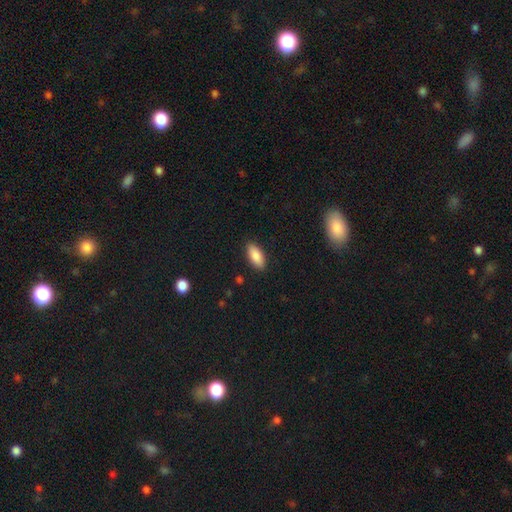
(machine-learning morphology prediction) The model was most divided on "how rounded": in between: 84%, cigar-shaped: 14%, round: 2%. More confident: merging — none (89%); smooth or featured — smooth (86%).